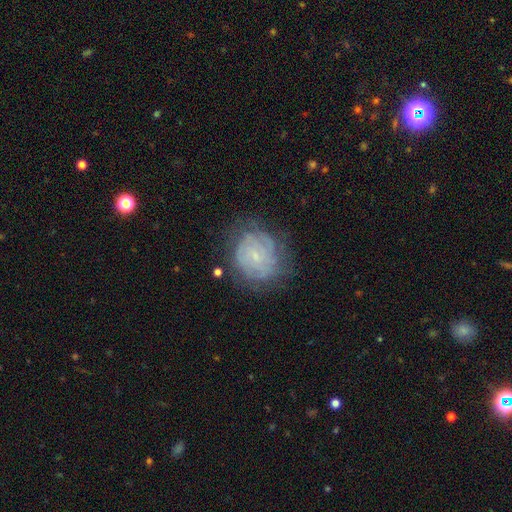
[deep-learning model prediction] smooth-or-featured: featured or disk: 69% | smooth: 22% | star or artifact: 9%
  disk-edge-on: no: 98% | yes: 2%
    bar: no: 65% | weak: 30% | strong: 5%
    has-spiral-arms: yes: 87% | no: 13%
      spiral-winding: tight: 71% | medium: 23% | loose: 7%
      spiral-arm-count: can't tell: 51% | 2: 14% | 3: 13% | 4: 11% | more than 4: 5% | 1: 5%
    bulge-size: small: 79% | moderate: 10% | none: 9% | large: 1% | dominant: 1%
  merging: none: 69% | minor disturbance: 20% | major disturbance: 10% | merger: 2%